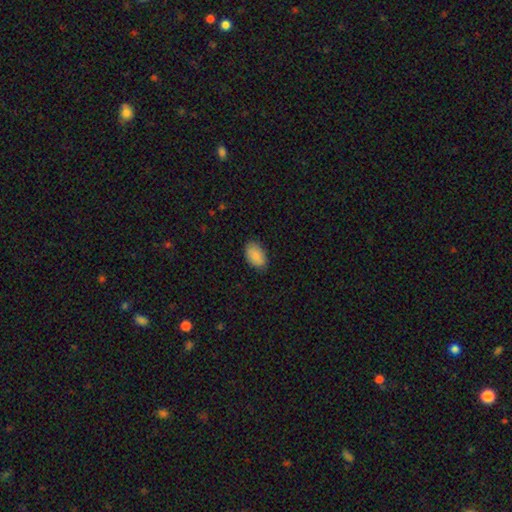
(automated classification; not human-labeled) smooth-or-featured: smooth: 89% | star or artifact: 7% | featured or disk: 5%
  how-rounded: in between: 92% | round: 7% | cigar-shaped: 1%
  merging: none: 83% | minor disturbance: 13% | major disturbance: 3% | merger: 1%